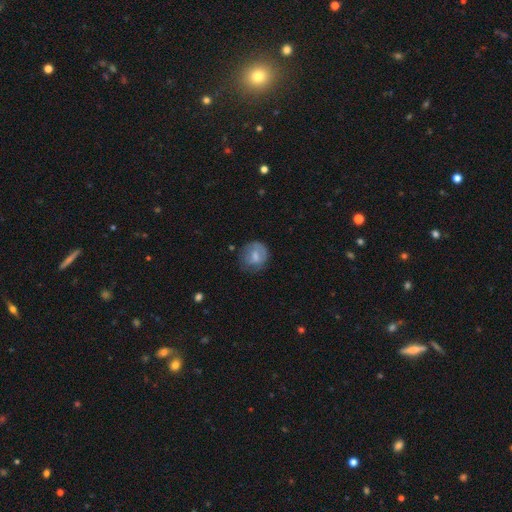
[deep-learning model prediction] smooth-or-featured: smooth: 66% | featured or disk: 26% | star or artifact: 8%
  how-rounded: round: 77% | in between: 22% | cigar-shaped: 1%
  merging: none: 60% | minor disturbance: 25% | major disturbance: 12% | merger: 2%